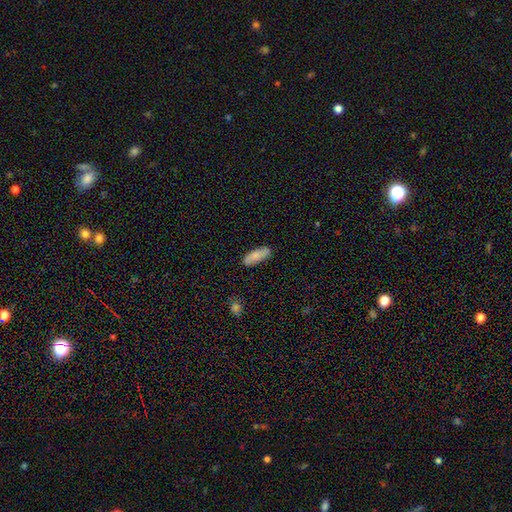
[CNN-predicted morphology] This is clearly a smooth galaxy (81%). How rounded: likely in between (68%). Merging: clearly none (81%).